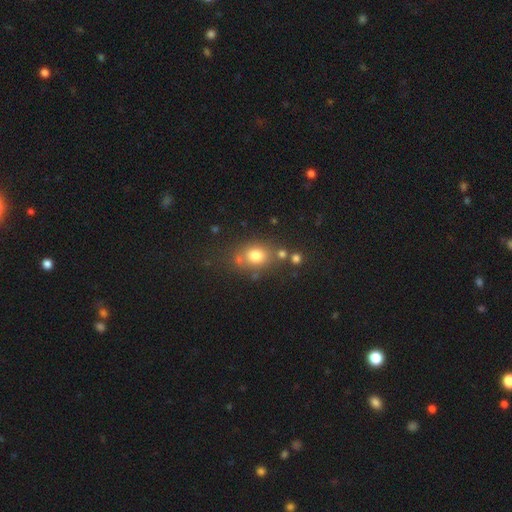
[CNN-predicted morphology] A smooth galaxy with no disk features (76%) that is round (51%). Merging: none (65%).